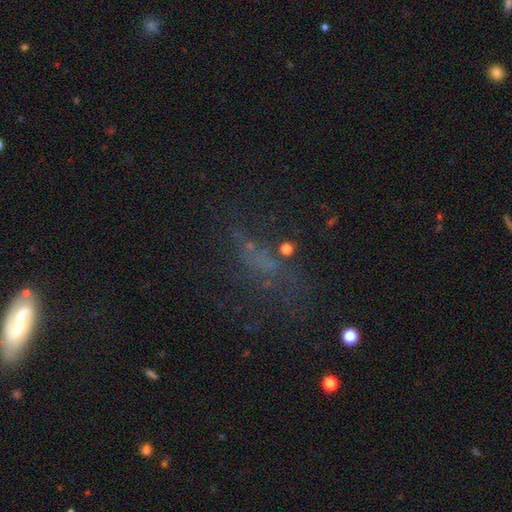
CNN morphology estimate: This appears to be a star or artifact, not a galaxy (37%).